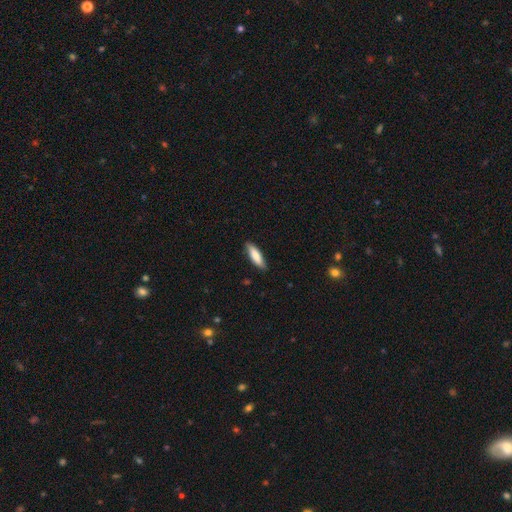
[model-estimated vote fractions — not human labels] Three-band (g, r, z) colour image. It shows a smooth galaxy with no disk features (81%) that is cigar-shaped (54%). Merging: none (85%).